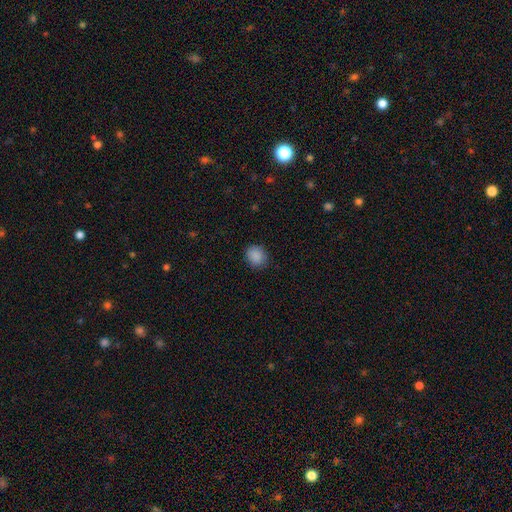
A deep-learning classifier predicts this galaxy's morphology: Smooth or featured: smooth — 88% (star or artifact — 9%)
How rounded: round — 67% (in between — 33%)
Merging: none — 85% (minor disturbance — 12%)